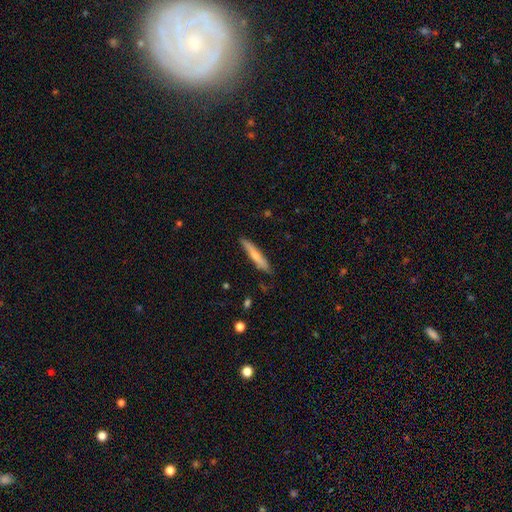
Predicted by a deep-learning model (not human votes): The model was most divided on "smooth or featured": smooth: 67%, featured or disk: 28%, star or artifact: 5%. More confident: how rounded — cigar-shaped (92%); merging — none (79%).